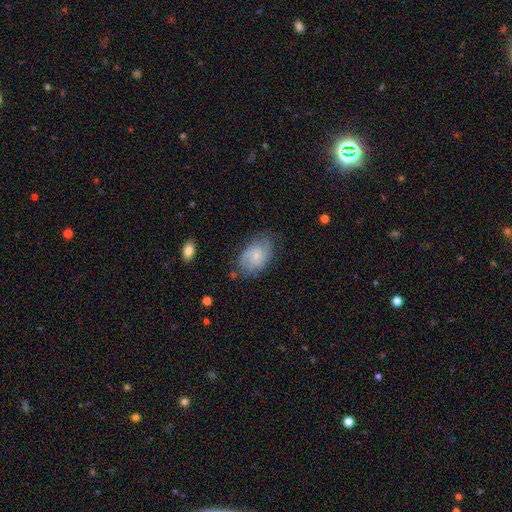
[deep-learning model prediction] A featured or disk galaxy (54%) with no bar (73%), spiral arms (83%) and a small central bulge (74%). Merging: none (64%).